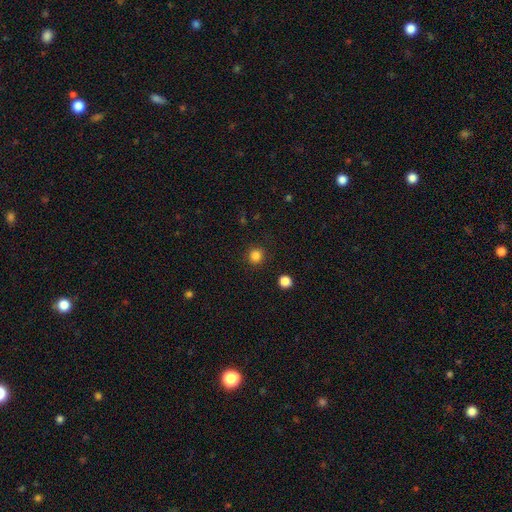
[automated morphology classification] Overall: smooth (84%). How rounded: round (93%). Merging: none (91%).